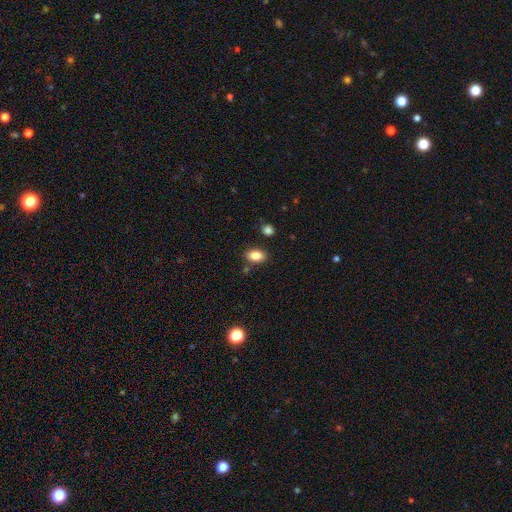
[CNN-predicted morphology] Smooth or featured? Predicted: smooth (p=0.85). How rounded? Predicted: in between (p=0.86). Merging? Predicted: none (p=0.82).